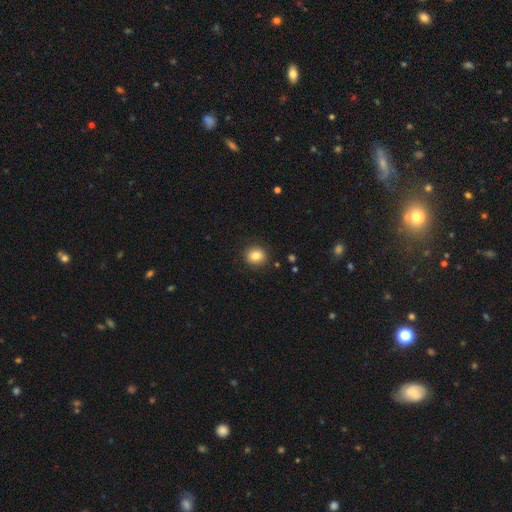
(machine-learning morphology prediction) smooth 83%, star or artifact 10%, featured or disk 7%. Down the decision tree: how rounded — round (81%); merging — none (90%).